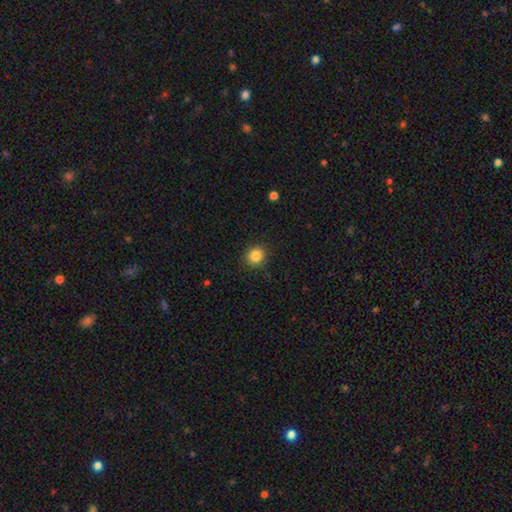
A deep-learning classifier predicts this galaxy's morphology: Smooth or featured? Predicted: smooth (p=0.86). How rounded? Predicted: round (p=0.84). Merging? Predicted: none (p=0.89).